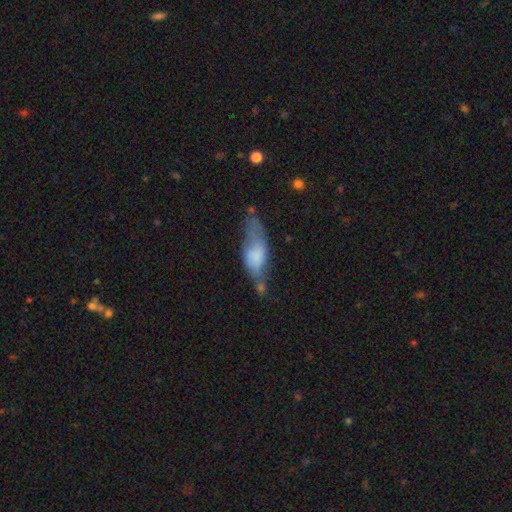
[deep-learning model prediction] Overall: smooth (56%; featured or disk 36%). How rounded: in between (69%). Merging: none (35%; minor disturbance 32%).